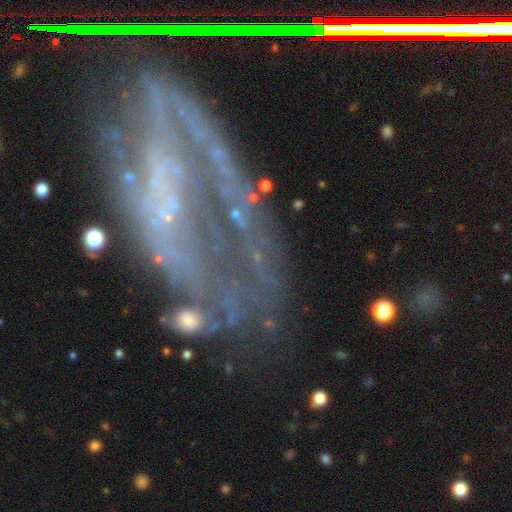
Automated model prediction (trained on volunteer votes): featured or disk 75%, star or artifact 14%, smooth 11%. Down the decision tree: edge-on disk — no (92%); bar — no (59%); spiral arms — yes (69%); bulge size — none (43%); merging — none (53%).